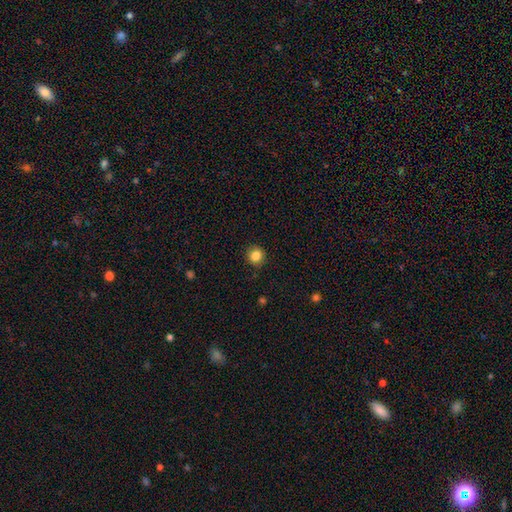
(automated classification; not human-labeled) Smooth or featured: smooth — 85% (star or artifact — 10%)
How rounded: round — 91% (in between — 8%)
Merging: none — 91% (minor disturbance — 7%)